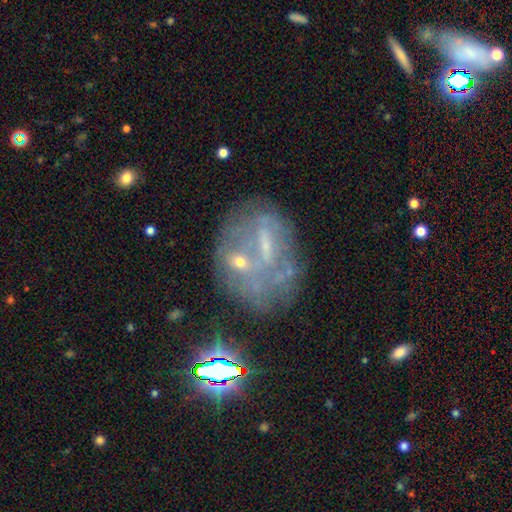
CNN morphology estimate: This is possibly a featured or disk galaxy (58%). It is clearly not viewed edge-on (96%). Bar: marginally weak (40%). Spiral arm pattern: possibly no (60%). Central bulge: possibly small (53%). Merging: possibly none (48%).